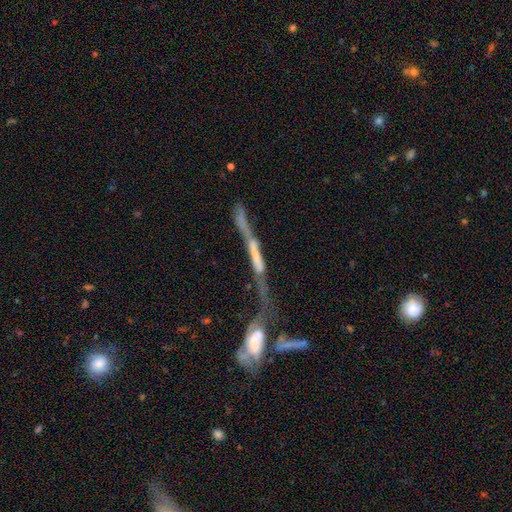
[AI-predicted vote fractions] featured or disk 64%, smooth 24%, star or artifact 12%. Down the decision tree: edge-on disk — yes (59%); merging — merger (61%).